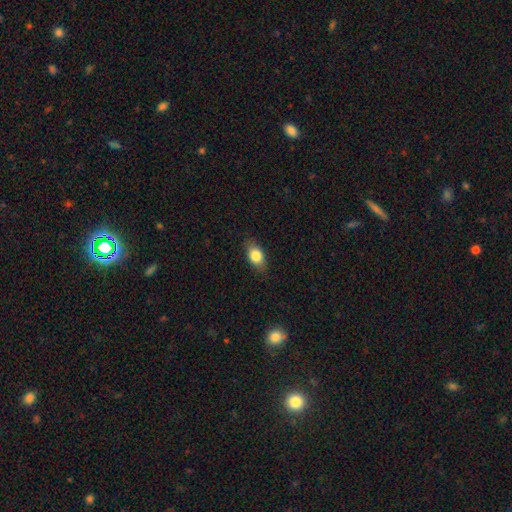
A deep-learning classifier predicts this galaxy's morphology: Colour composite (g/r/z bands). It shows a smooth galaxy with no disk features (82%) that is in between round and cigar-shaped (85%). Merging: none (83%).